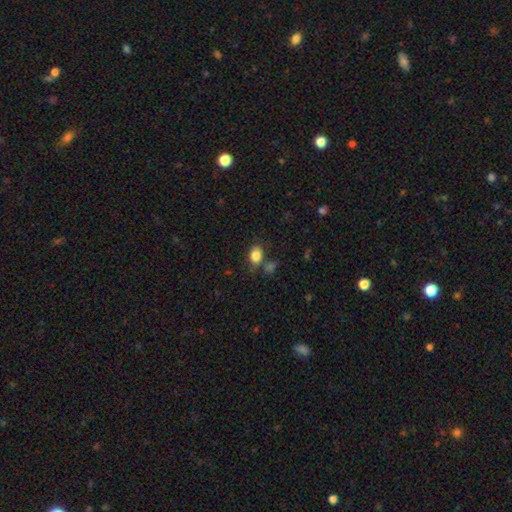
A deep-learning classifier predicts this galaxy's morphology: smooth_or_featured: smooth (p=0.85) [alt: star or artifact p=0.09]
how_rounded: in between (p=0.78) [alt: round p=0.21]
merging: none (p=0.66) [alt: minor disturbance p=0.16]